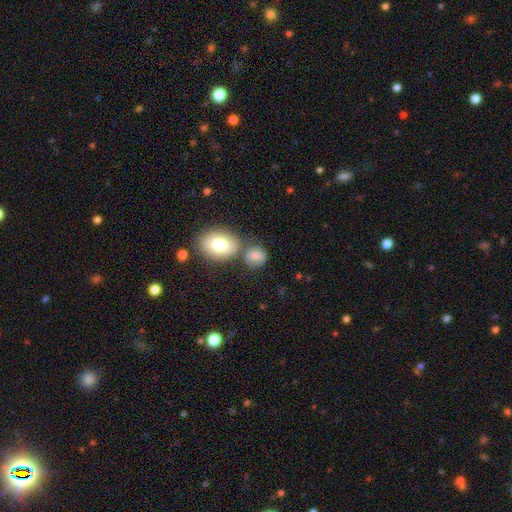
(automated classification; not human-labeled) Overall: smooth (76%). How rounded: round (72%). Merging: none (61%).